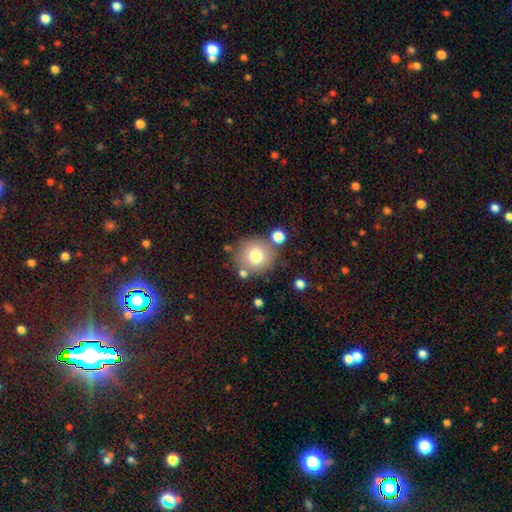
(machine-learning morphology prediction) Smooth or featured: smooth — 73% (featured or disk — 15%)
How rounded: round — 91% (in between — 8%)
Merging: none — 76% (minor disturbance — 11%)